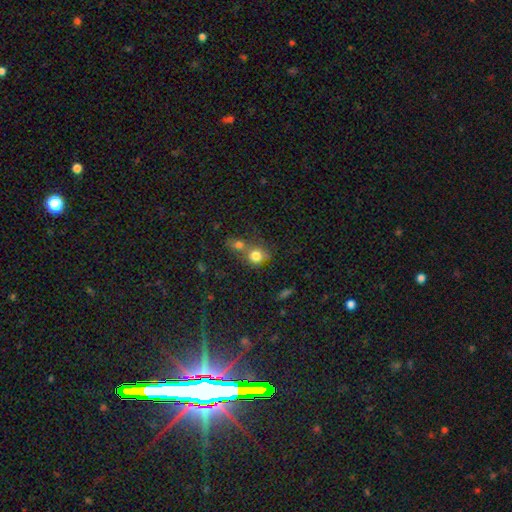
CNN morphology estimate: type=smooth (78%); roundness=round (80%); merging=merger (45%).